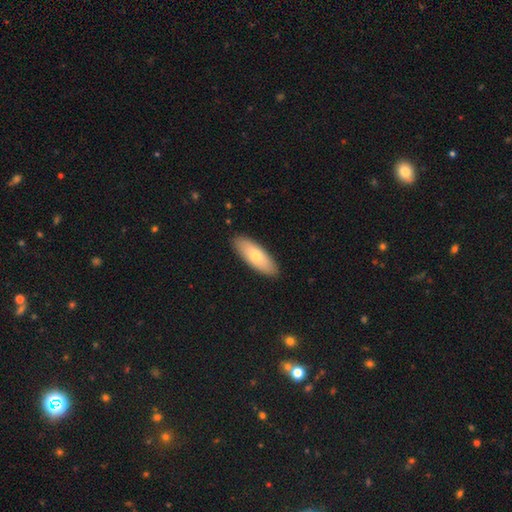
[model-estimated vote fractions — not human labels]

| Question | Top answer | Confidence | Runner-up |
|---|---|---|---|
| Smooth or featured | smooth | 70% | featured or disk (25%) |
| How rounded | in between | 69% | cigar-shaped (29%) |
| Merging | none | 90% | minor disturbance (8%) |